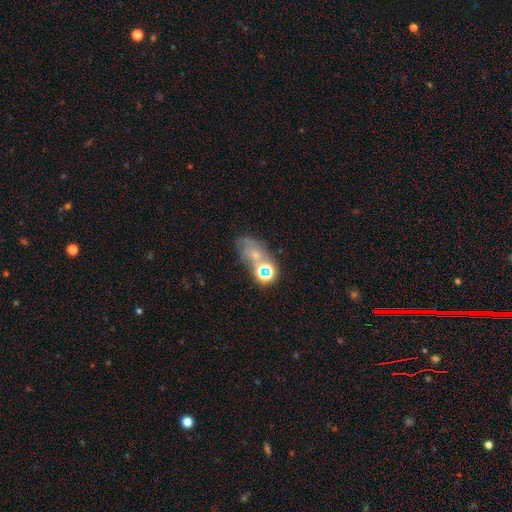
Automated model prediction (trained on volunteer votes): A featured or disk galaxy (38%).

Vote fractions:
- Smooth or featured? featured or disk: 38% / smooth: 32% / star or artifact: 30%
- Merging? none: 41% / merger: 23% / minor disturbance: 19% / major disturbance: 18%